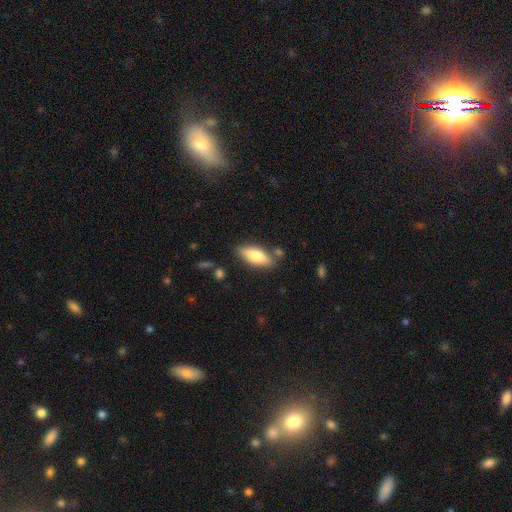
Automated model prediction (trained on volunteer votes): smooth-or-featured: smooth: 75% | featured or disk: 19% | star or artifact: 6%
  how-rounded: in between: 71% | cigar-shaped: 27% | round: 2%
  merging: none: 79% | minor disturbance: 14% | merger: 5% | major disturbance: 3%